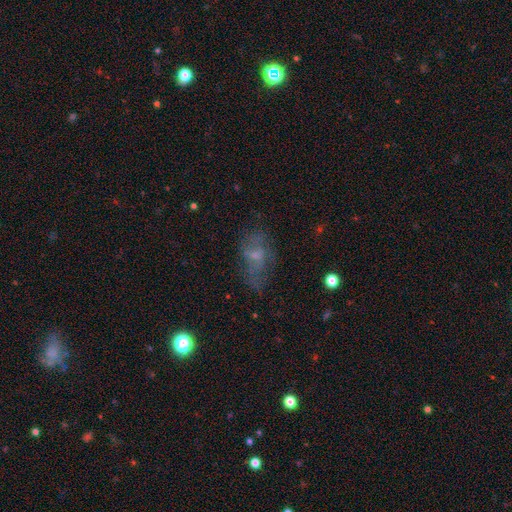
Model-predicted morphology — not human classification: Smooth or featured? featured or disk (43%)
Merging? none (52%)